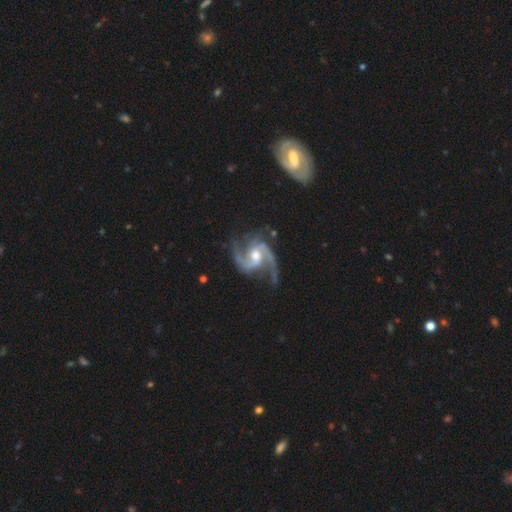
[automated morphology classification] Smooth or featured? Predicted: featured or disk (p=0.93). Edge-on disk? Predicted: no (p=0.98). Bar? Predicted: weak (p=0.48). Spiral arms? Predicted: yes (p=0.98). Spiral winding? Predicted: medium (p=0.56). Spiral arm count? Predicted: 2 (p=0.69). Bulge size? Predicted: moderate (p=0.69). Merging? Predicted: none (p=0.66).